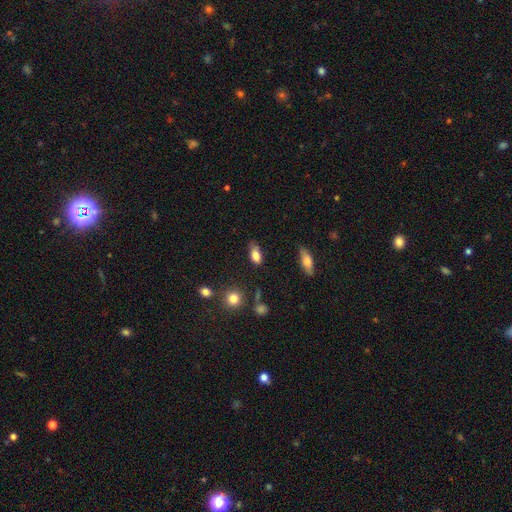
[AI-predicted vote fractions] Overall: smooth (80%). How rounded: in between (86%). Merging: none (58%; minor disturbance 30%).